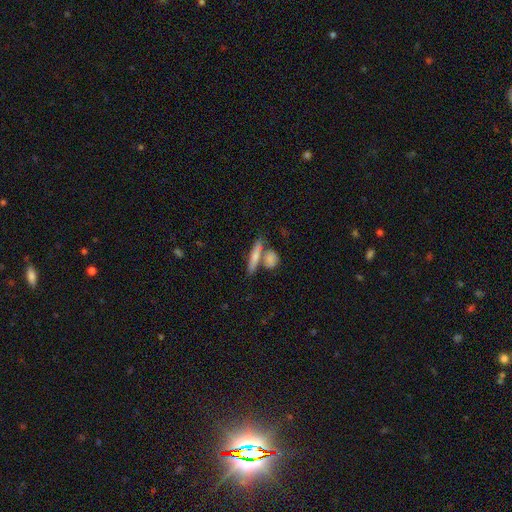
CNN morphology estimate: Smooth or featured?
  - smooth: 64% *
  - featured or disk: 28%
  - star or artifact: 7%
How rounded?
  - cigar-shaped: 69% *
  - in between: 23%
  - round: 7%
Merging?
  - none: 53% *
  - merger: 32%
  - minor disturbance: 11%
  - major disturbance: 4%